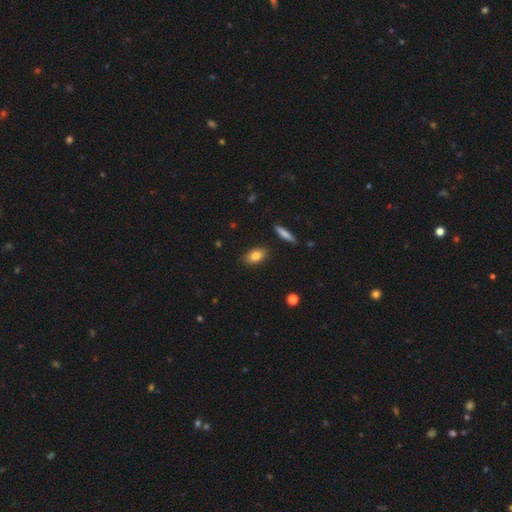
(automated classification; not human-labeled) Morphology: type=smooth (82%); roundness=in between (84%); merging=none (86%).